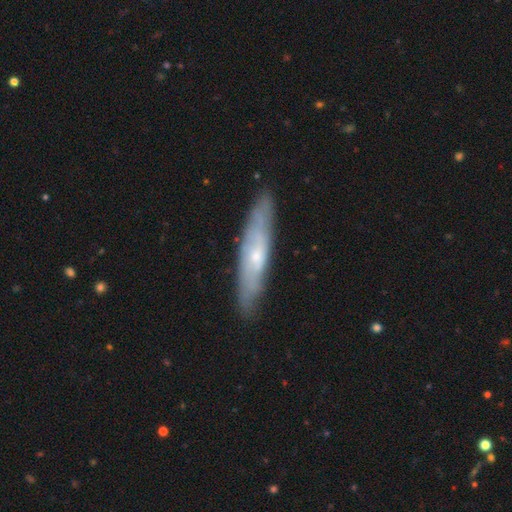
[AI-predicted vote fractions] A featured or disk galaxy (62%) viewed edge-on (58%).

Vote fractions:
- Smooth or featured? featured or disk: 62% / smooth: 32% / star or artifact: 6%
- Edge-on disk? yes: 58% / no: 42%
- Merging? none: 84% / minor disturbance: 12% / major disturbance: 2% / merger: 1%